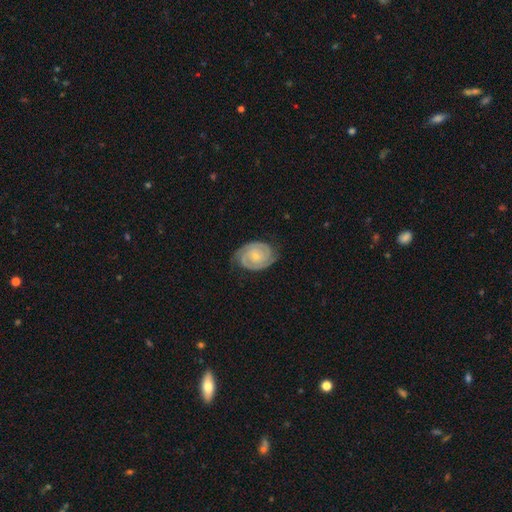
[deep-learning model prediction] Q: Smooth or featured?
A: featured or disk (87%); runner-up: smooth (8%)
Q: Edge-on disk?
A: no (97%); runner-up: yes (3%)
Q: Bar?
A: no (70%); runner-up: weak (24%)
Q: Spiral arms?
A: yes (97%); runner-up: no (3%)
Q: Spiral winding?
A: tight (76%); runner-up: medium (20%)
Q: Spiral arm count?
A: 2 (81%); runner-up: can't tell (7%)
Q: Bulge size?
A: small (69%); runner-up: moderate (27%)
Q: Merging?
A: none (77%); runner-up: minor disturbance (17%)